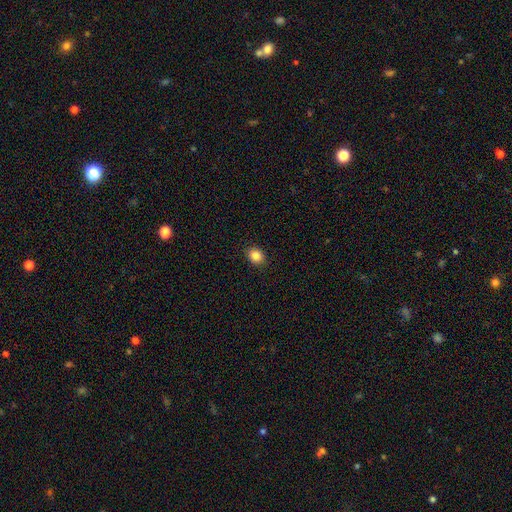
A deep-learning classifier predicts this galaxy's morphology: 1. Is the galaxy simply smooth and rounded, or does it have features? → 85% smooth, 10% star or artifact, 5% featured or disk.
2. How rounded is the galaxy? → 54% round, 45% in between, 1% cigar-shaped.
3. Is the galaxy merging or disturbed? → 91% none, 7% minor disturbance, 2% major disturbance, 1% merger.